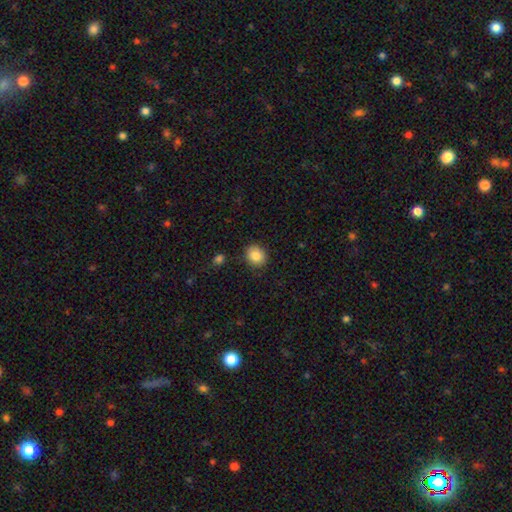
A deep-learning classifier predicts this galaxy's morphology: Smooth or featured: smooth — 85% (star or artifact — 9%)
How rounded: round — 74% (in between — 25%)
Merging: none — 86% (minor disturbance — 9%)